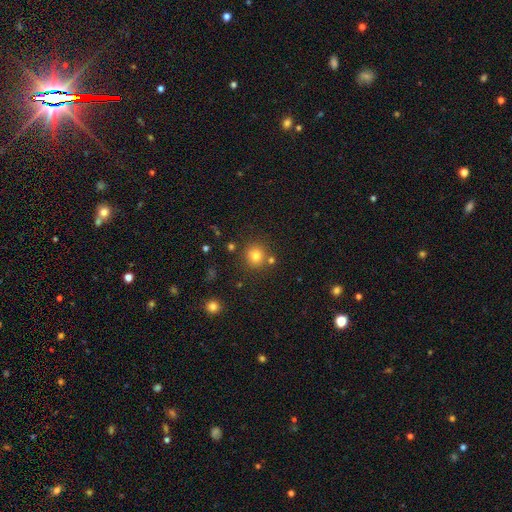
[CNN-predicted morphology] type=smooth (78%); roundness=round (91%); merging=none (80%).